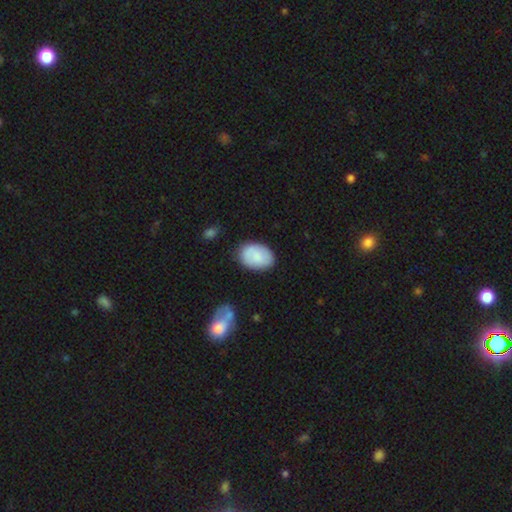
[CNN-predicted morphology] smooth 76%, featured or disk 17%, star or artifact 6%. Down the decision tree: how rounded — in between (81%); merging — none (81%).